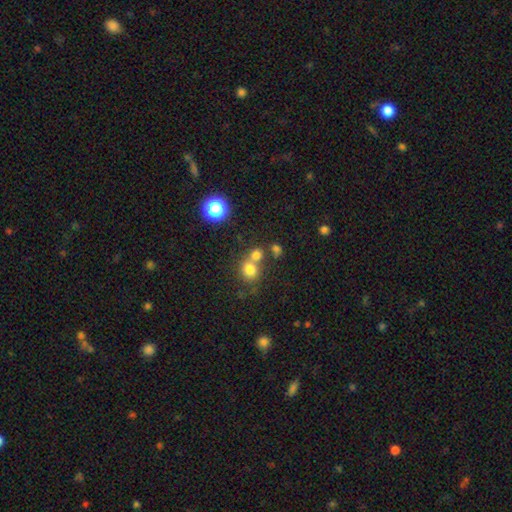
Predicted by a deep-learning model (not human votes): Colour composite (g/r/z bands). It shows a smooth galaxy with no disk features (63%) that is round (84%). Merging: none (53%).